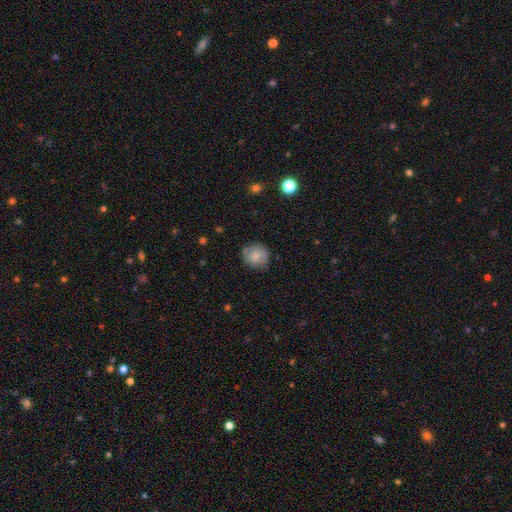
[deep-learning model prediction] Q: Smooth or featured?
A: smooth (74%); runner-up: featured or disk (18%)
Q: How rounded?
A: round (88%); runner-up: in between (11%)
Q: Merging?
A: none (81%); runner-up: minor disturbance (15%)